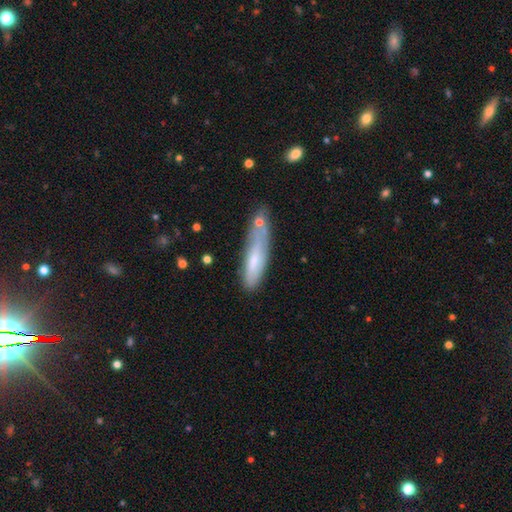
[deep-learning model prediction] Q: Smooth or featured?
A: smooth (61%); runner-up: featured or disk (29%)
Q: How rounded?
A: cigar-shaped (80%); runner-up: in between (18%)
Q: Merging?
A: none (60%); runner-up: minor disturbance (23%)